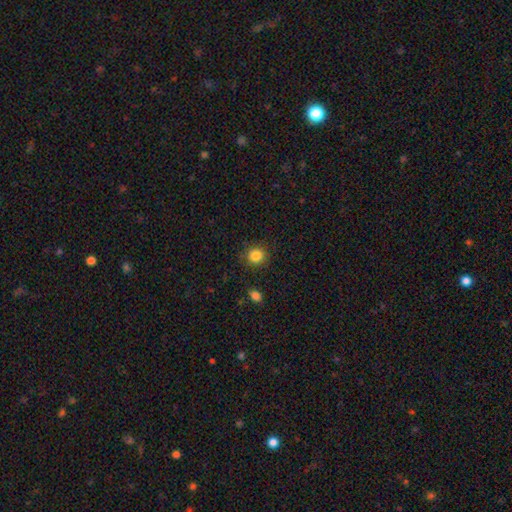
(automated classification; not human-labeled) smooth_or_featured: smooth (p=0.85) [alt: star or artifact p=0.11]
how_rounded: round (p=0.90) [alt: in between p=0.09]
merging: none (p=0.88) [alt: minor disturbance p=0.08]